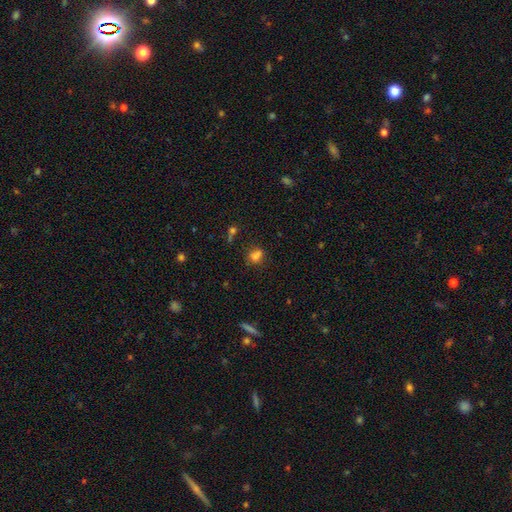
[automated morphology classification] This is likely a smooth galaxy (74%). How rounded: possibly in between (54%). Merging: possibly none (54%).